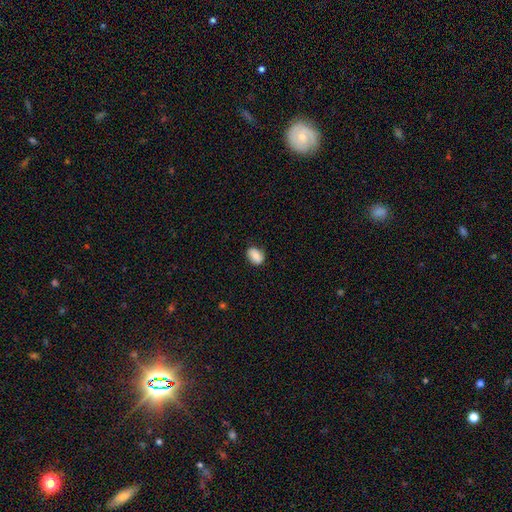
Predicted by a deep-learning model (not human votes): smooth_or_featured: smooth (p=0.80) [alt: featured or disk p=0.12]
how_rounded: in between (p=0.75) [alt: round p=0.23]
merging: none (p=0.79) [alt: minor disturbance p=0.17]